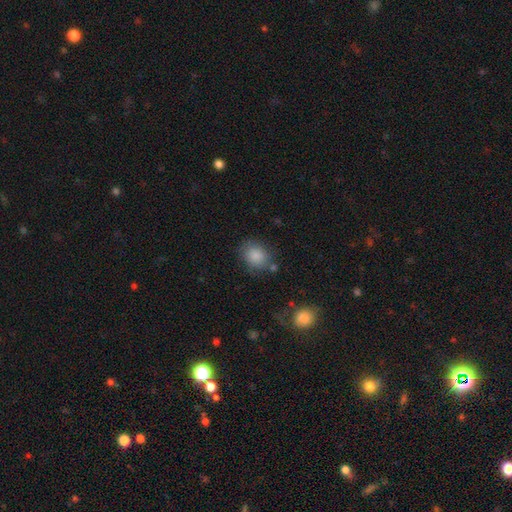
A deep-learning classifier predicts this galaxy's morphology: Smooth or featured: smooth — 87% (star or artifact — 8%)
How rounded: round — 55% (in between — 44%)
Merging: none — 74% (minor disturbance — 16%)